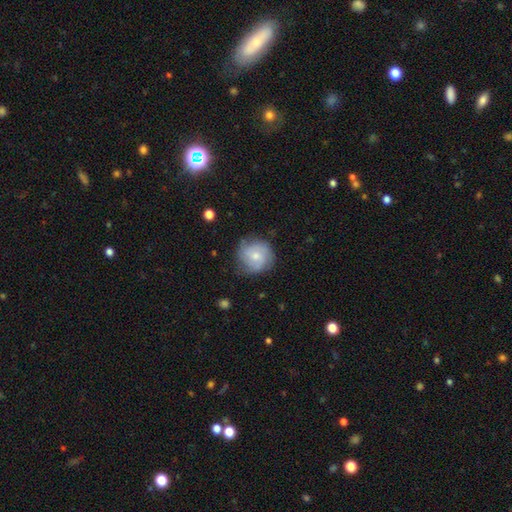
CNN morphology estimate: Overall: featured or disk (53%; smooth 40%). Edge-on disk: no (98%). Bar: no (71%). Spiral arms: yes (86%). Bulge size: small (50%; moderate 43%). Merging: none (74%).